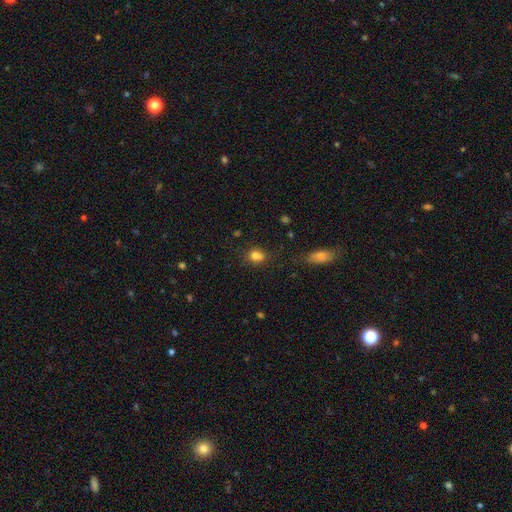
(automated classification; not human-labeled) This appears to be a smooth galaxy with no disk features (76%) that is round (64%). Merging: none (53%).